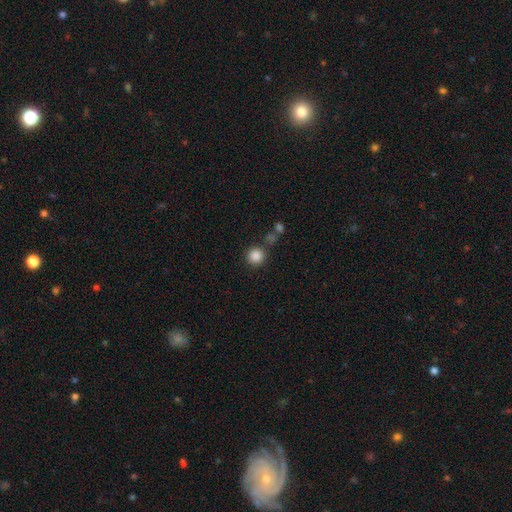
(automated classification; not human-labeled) Smooth or featured? smooth (86%)
How rounded? round (94%)
Merging? none (77%)